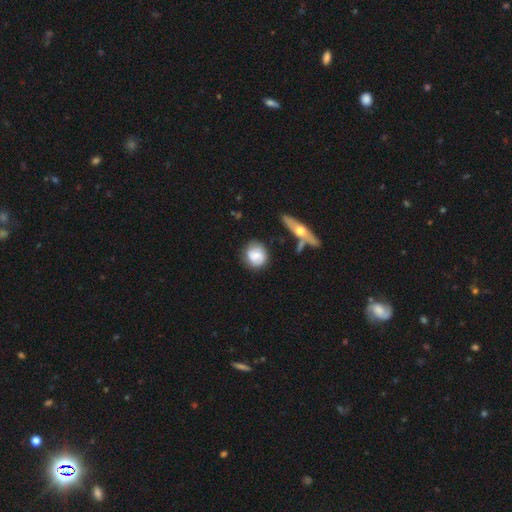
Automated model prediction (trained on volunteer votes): Smooth or featured? Predicted: smooth (p=0.61). How rounded? Predicted: round (p=0.77). Merging? Predicted: none (p=0.68).